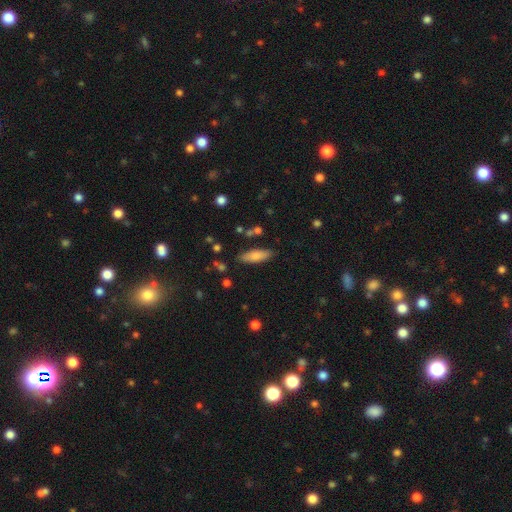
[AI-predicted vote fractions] Morphology: type=smooth (81%); roundness=in between (58%); merging=none (83%).